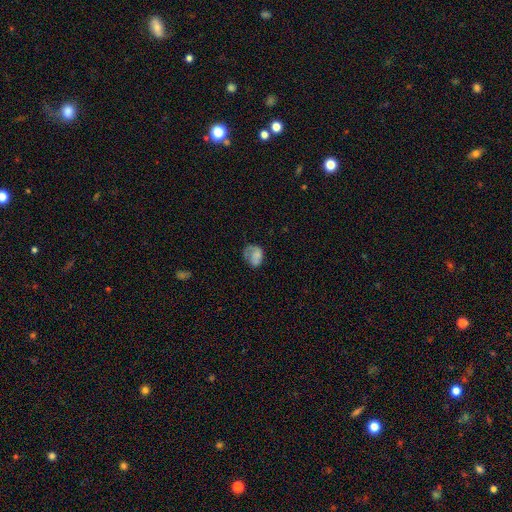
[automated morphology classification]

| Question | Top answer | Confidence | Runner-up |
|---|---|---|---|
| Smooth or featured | smooth | 64% | featured or disk (26%) |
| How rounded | in between | 58% | round (41%) |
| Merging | none | 35% | minor disturbance (31%) |